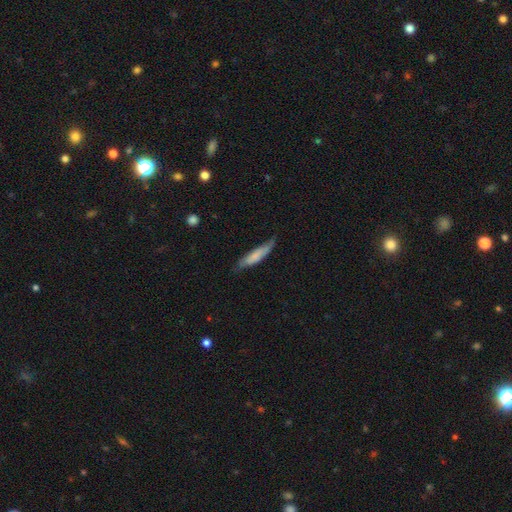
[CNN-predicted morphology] smooth 69%, featured or disk 25%, star or artifact 6%. Down the decision tree: how rounded — cigar-shaped (79%); merging — none (61%).